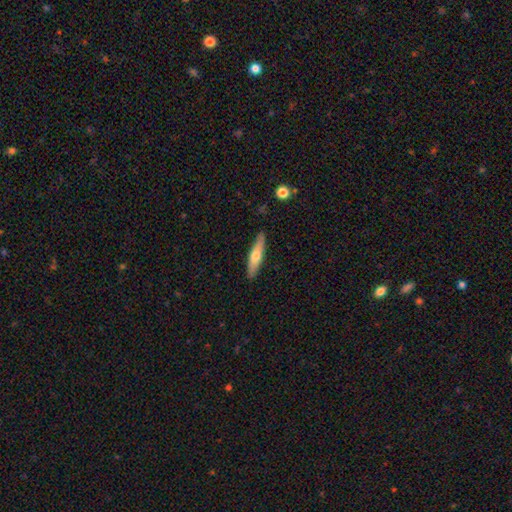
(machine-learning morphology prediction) smooth 52%, featured or disk 42%, star or artifact 6%. Down the decision tree: how rounded — cigar-shaped (79%); merging — none (89%).